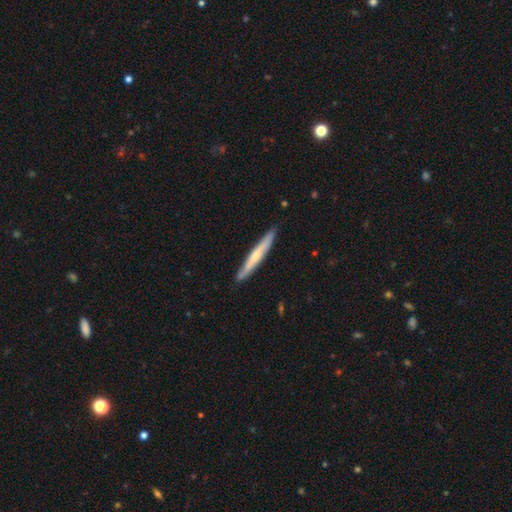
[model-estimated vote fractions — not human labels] Morphology: type=featured or disk (54%); edge-on=yes (92%); merging=none (88%).